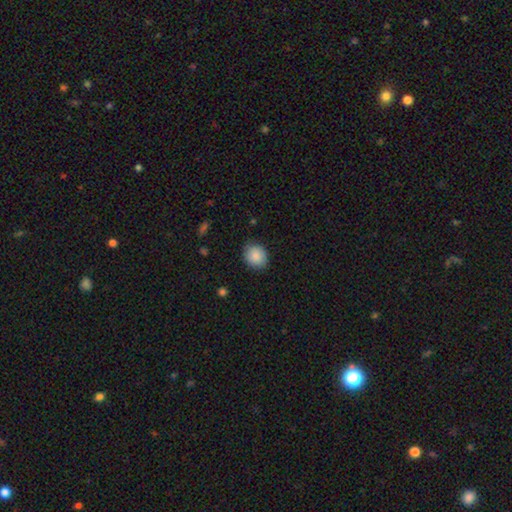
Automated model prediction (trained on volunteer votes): Overall: smooth (88%). How rounded: round (71%). Merging: none (83%).